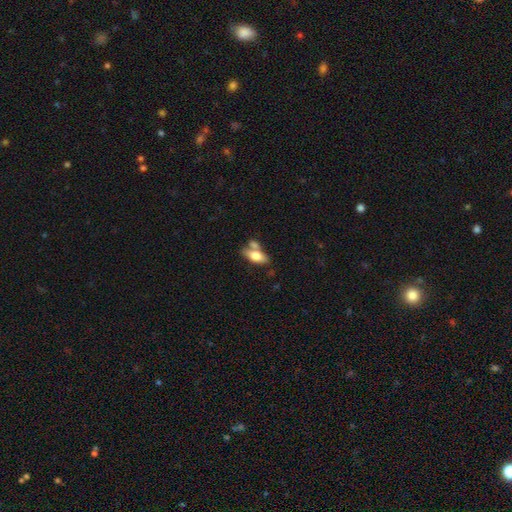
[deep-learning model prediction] This is likely a smooth galaxy (68%). How rounded: clearly in between (81%). Merging: possibly none (48%).